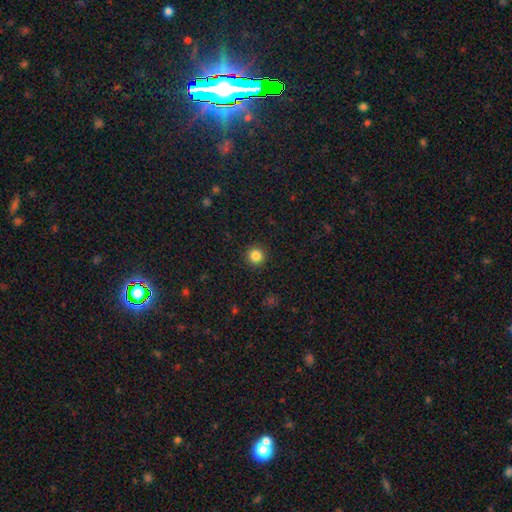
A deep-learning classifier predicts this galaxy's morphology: Smooth or featured: smooth — 84% (star or artifact — 11%)
How rounded: round — 95% (in between — 4%)
Merging: none — 93% (minor disturbance — 5%)